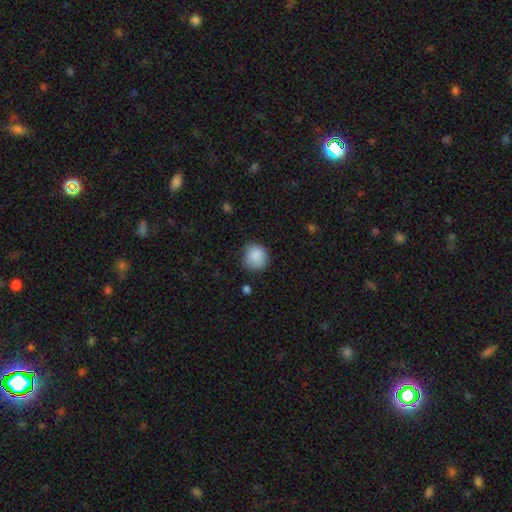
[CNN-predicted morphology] Smooth or featured? smooth (87%)
How rounded? round (87%)
Merging? none (73%)